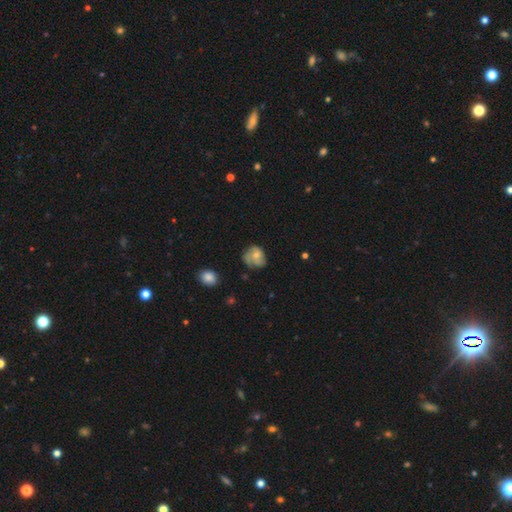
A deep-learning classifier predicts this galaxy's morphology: Smooth or featured? Predicted: smooth (p=0.48). Merging? Predicted: none (p=0.50).